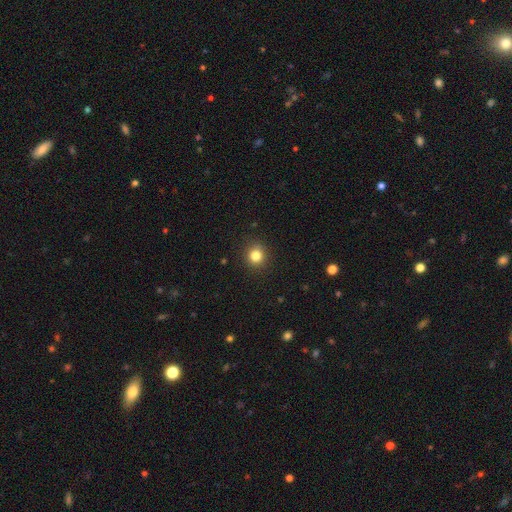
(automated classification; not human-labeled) Overall: smooth (82%). How rounded: round (89%). Merging: none (91%).